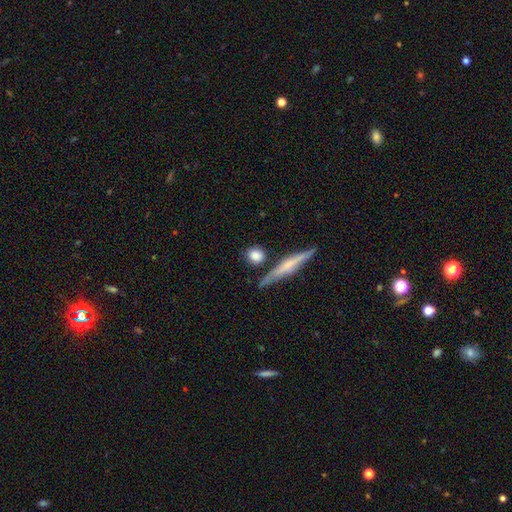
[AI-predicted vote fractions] This is likely a smooth galaxy (77%). How rounded: likely round (71%). Merging: likely none (77%).